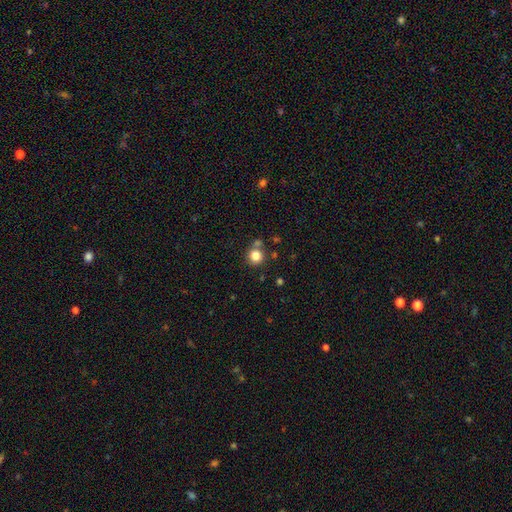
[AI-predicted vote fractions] The model was most divided on "merging": none: 73%, merger: 14%, minor disturbance: 9%, major disturbance: 3%. More confident: how rounded — round (91%); smooth or featured — smooth (83%).